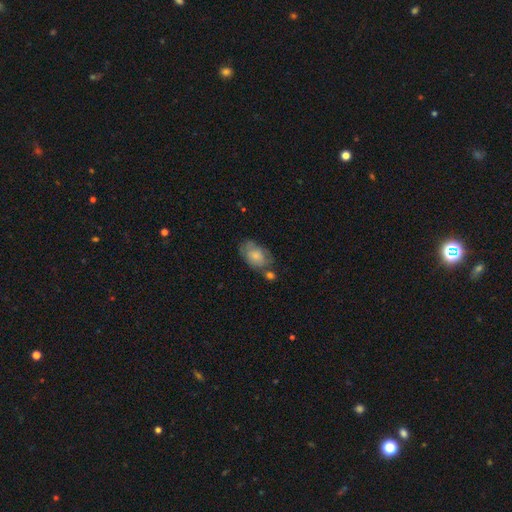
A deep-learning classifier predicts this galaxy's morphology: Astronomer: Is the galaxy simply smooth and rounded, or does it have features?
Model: smooth — 68%.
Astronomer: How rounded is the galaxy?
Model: in between — 89%.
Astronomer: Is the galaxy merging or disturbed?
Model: none — 48% (runner-up: minor disturbance, 27%).